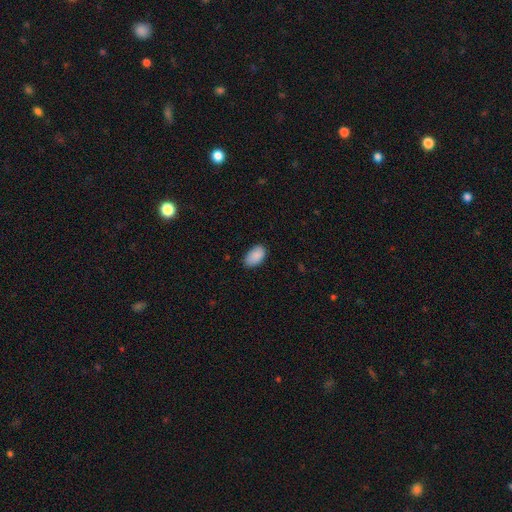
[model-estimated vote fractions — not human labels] smooth-or-featured: smooth: 89% | star or artifact: 7% | featured or disk: 4%
  how-rounded: in between: 94% | round: 5% | cigar-shaped: 1%
  merging: none: 78% | minor disturbance: 18% | major disturbance: 3% | merger: 1%